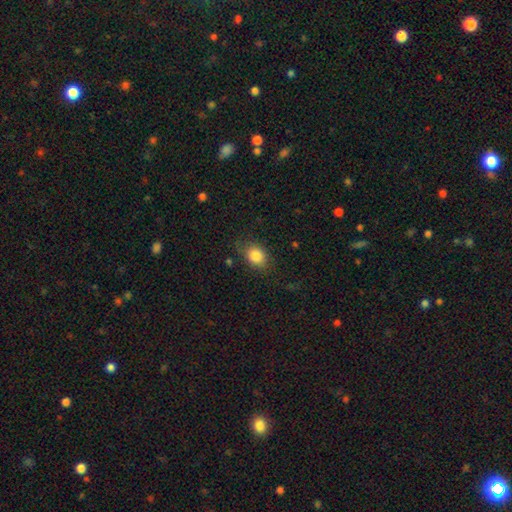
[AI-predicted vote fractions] Q: Smooth or featured?
A: smooth (84%); runner-up: star or artifact (9%)
Q: How rounded?
A: in between (57%); runner-up: round (41%)
Q: Merging?
A: none (74%); runner-up: minor disturbance (18%)